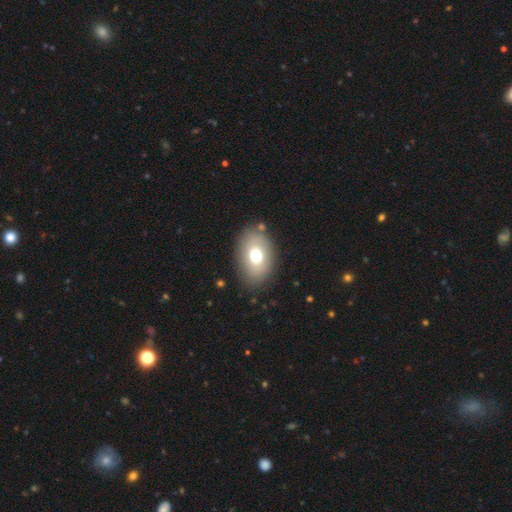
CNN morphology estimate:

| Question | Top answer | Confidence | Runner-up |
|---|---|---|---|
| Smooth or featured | smooth | 70% | featured or disk (21%) |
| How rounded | in between | 85% | round (14%) |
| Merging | none | 82% | minor disturbance (11%) |